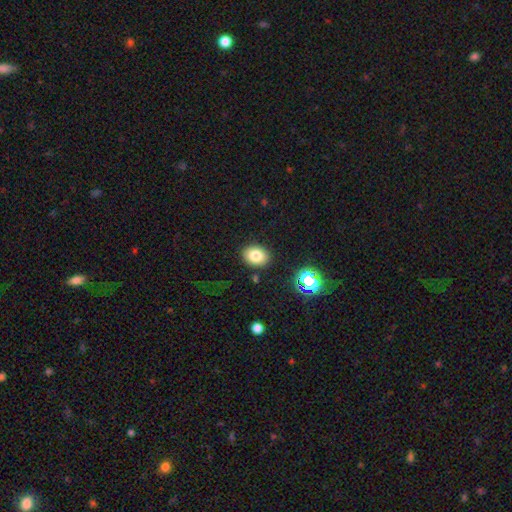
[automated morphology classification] smooth_or_featured: smooth (p=0.80) [alt: star or artifact p=0.12]
how_rounded: in between (p=0.57) [alt: round p=0.42]
merging: none (p=0.87) [alt: minor disturbance p=0.08]